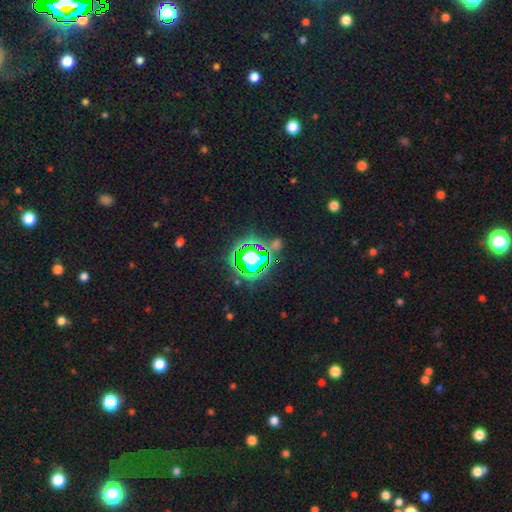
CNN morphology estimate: Smooth or featured?
  - star or artifact: 75% *
  - smooth: 16%
  - featured or disk: 9%